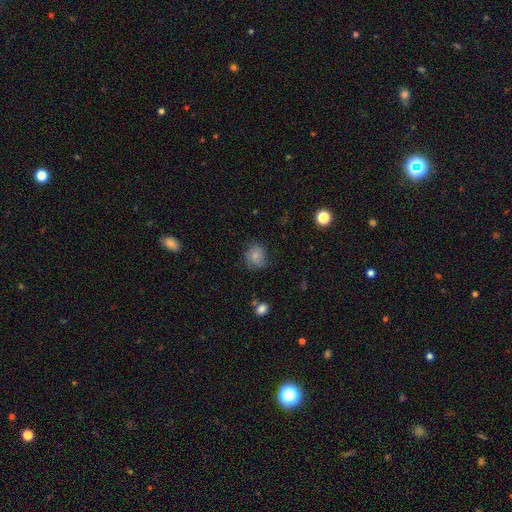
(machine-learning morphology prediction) Smooth or featured: smooth — 78% (featured or disk — 13%)
How rounded: round — 81% (in between — 18%)
Merging: none — 70% (minor disturbance — 22%)